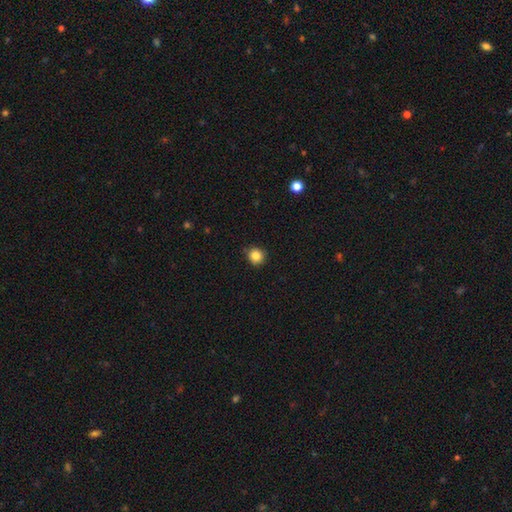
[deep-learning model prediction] Smooth or featured: smooth — 84% (star or artifact — 11%)
How rounded: round — 92% (in between — 7%)
Merging: none — 86% (minor disturbance — 11%)